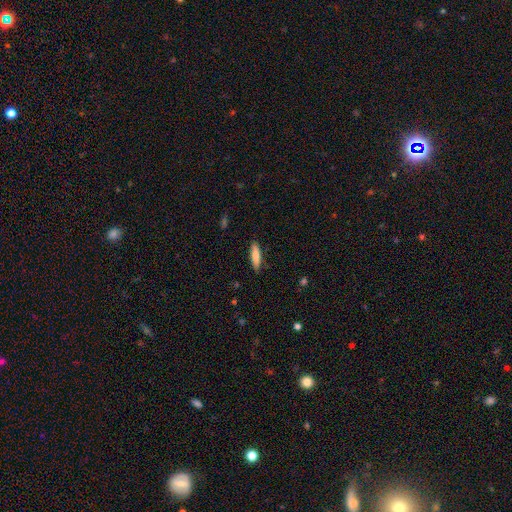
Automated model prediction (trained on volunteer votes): Smooth or featured?
  - smooth: 81% *
  - featured or disk: 13%
  - star or artifact: 6%
How rounded?
  - cigar-shaped: 69% *
  - in between: 29%
  - round: 1%
Merging?
  - none: 86% *
  - minor disturbance: 10%
  - major disturbance: 2%
  - merger: 1%